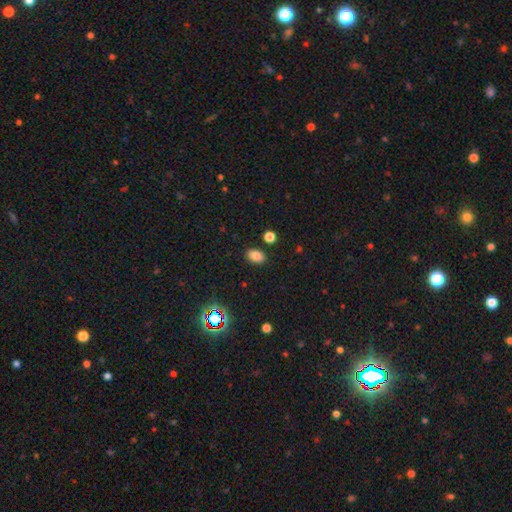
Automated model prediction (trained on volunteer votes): Morphology: type=smooth (82%); roundness=in between (86%); merging=none (86%).